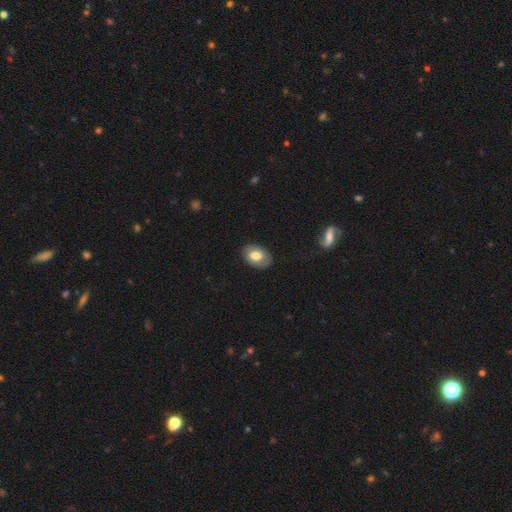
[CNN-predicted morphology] This is likely a smooth galaxy (65%). How rounded: clearly in between (82%). Merging: clearly none (83%).